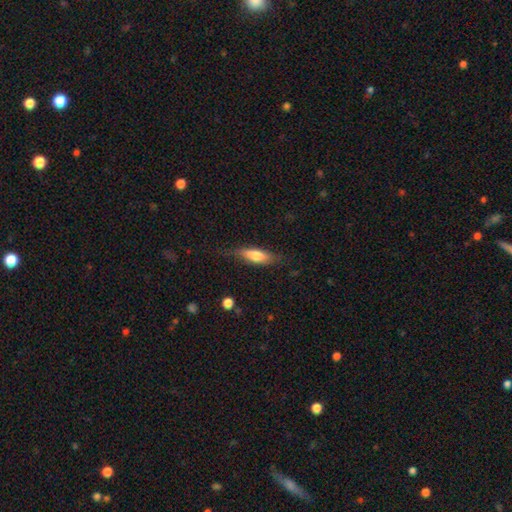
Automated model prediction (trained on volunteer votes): A smooth galaxy with no disk features (66%) that is in between round and cigar-shaped (50%). Merging: none (70%).